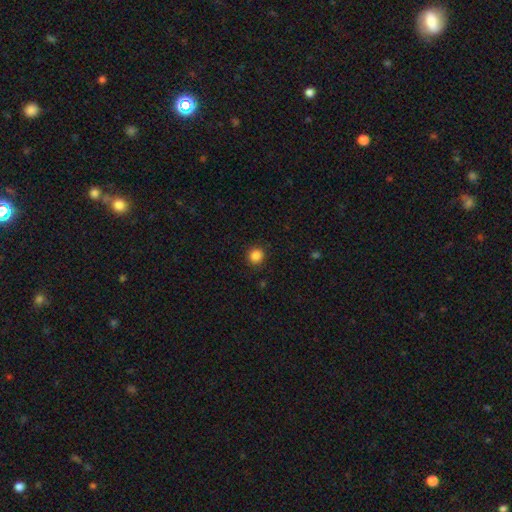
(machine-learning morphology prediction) A smooth galaxy with no disk features (86%) that is round (91%). Merging: none (90%).